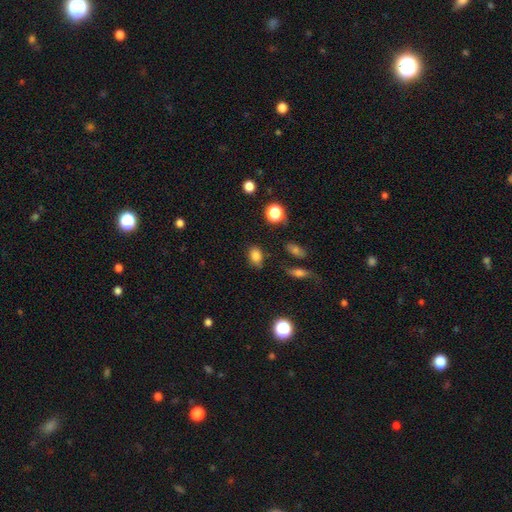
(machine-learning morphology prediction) Smooth or featured? Predicted: smooth (p=0.81). How rounded? Predicted: in between (p=0.77). Merging? Predicted: none (p=0.75).